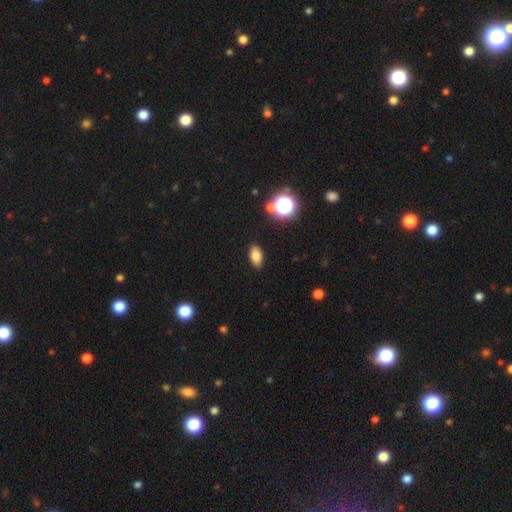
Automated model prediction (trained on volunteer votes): Overall: smooth (80%). How rounded: in between (88%). Merging: none (88%).